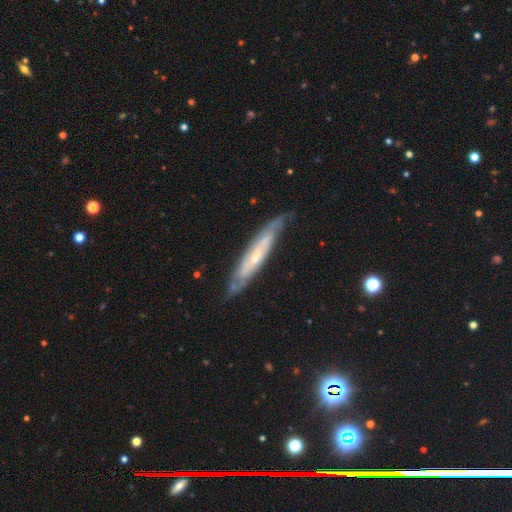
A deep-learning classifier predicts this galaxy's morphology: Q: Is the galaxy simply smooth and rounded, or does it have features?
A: featured or disk — 76%.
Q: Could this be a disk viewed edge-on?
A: yes — 52%.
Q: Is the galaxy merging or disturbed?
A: none — 74%.